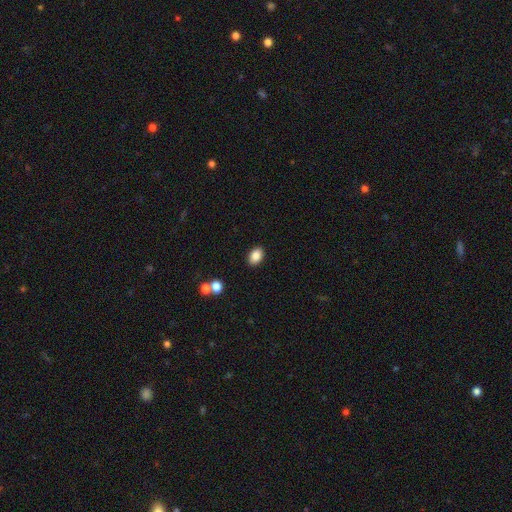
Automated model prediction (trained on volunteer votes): This is clearly a smooth galaxy (85%). How rounded: clearly in between (82%). Merging: clearly none (89%).